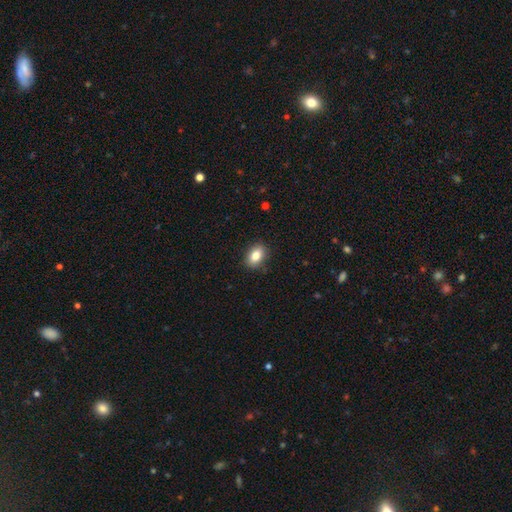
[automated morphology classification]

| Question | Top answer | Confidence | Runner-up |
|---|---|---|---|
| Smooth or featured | smooth | 84% | star or artifact (8%) |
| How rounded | in between | 85% | round (14%) |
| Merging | none | 88% | minor disturbance (9%) |